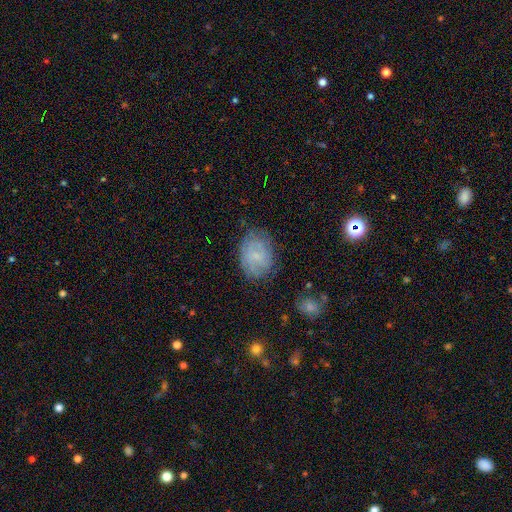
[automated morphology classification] smooth_or_featured: smooth (p=0.47) [alt: featured or disk p=0.42]
merging: none (p=0.71) [alt: minor disturbance p=0.20]